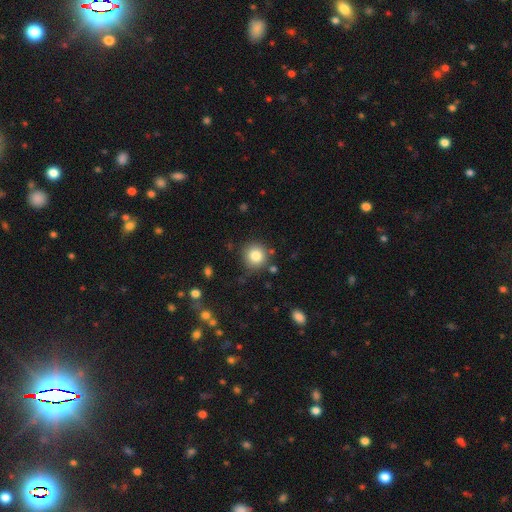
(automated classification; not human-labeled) The model was most divided on "smooth or featured": smooth: 83%, star or artifact: 11%, featured or disk: 7%. More confident: how rounded — round (92%); merging — none (84%).